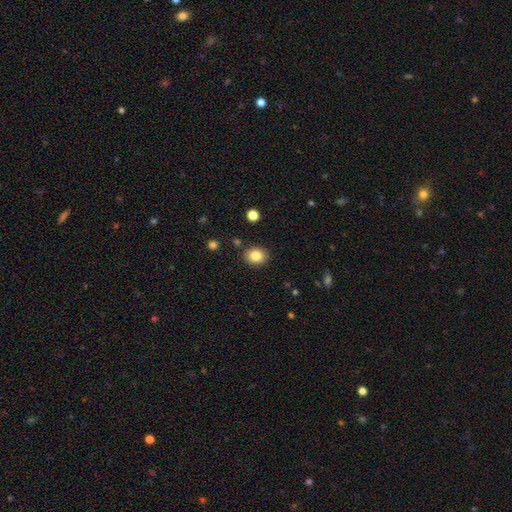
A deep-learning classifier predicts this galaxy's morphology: smooth_or_featured: smooth (p=0.84) [alt: star or artifact p=0.10]
how_rounded: round (p=0.56) [alt: in between p=0.43]
merging: none (p=0.87) [alt: minor disturbance p=0.09]